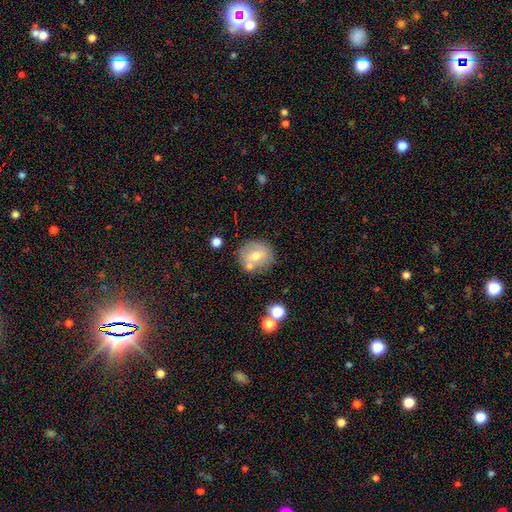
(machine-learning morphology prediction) Overall: smooth (60%; featured or disk 30%). How rounded: round (82%). Merging: none (71%).